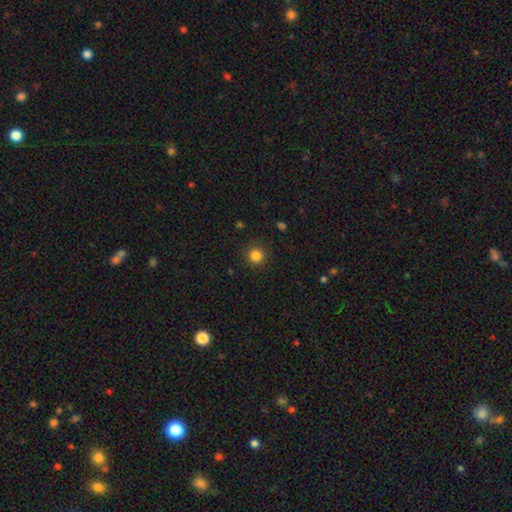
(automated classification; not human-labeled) smooth_or_featured: smooth (p=0.84) [alt: star or artifact p=0.12]
how_rounded: round (p=0.94) [alt: in between p=0.05]
merging: none (p=0.89) [alt: minor disturbance p=0.07]